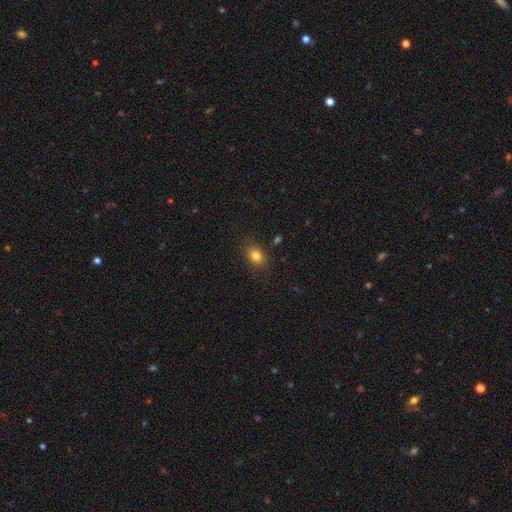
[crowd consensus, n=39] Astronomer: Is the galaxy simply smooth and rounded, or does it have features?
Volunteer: smooth — 85%.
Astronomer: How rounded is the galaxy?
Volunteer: in between — 70%.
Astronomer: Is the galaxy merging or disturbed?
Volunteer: none — 91%.